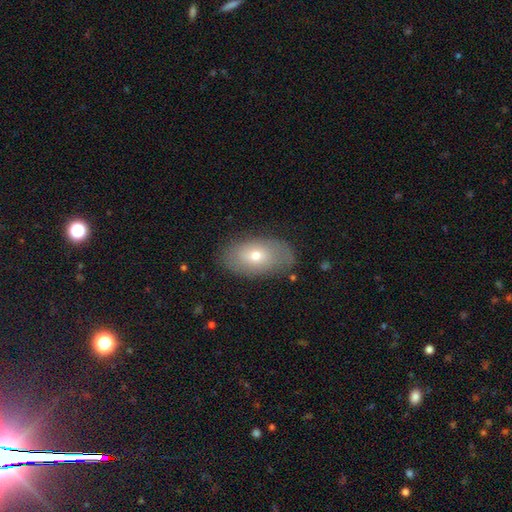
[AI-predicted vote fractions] Smooth or featured: smooth — 59% (featured or disk — 33%)
How rounded: in between — 91% (round — 7%)
Merging: none — 79% (minor disturbance — 16%)